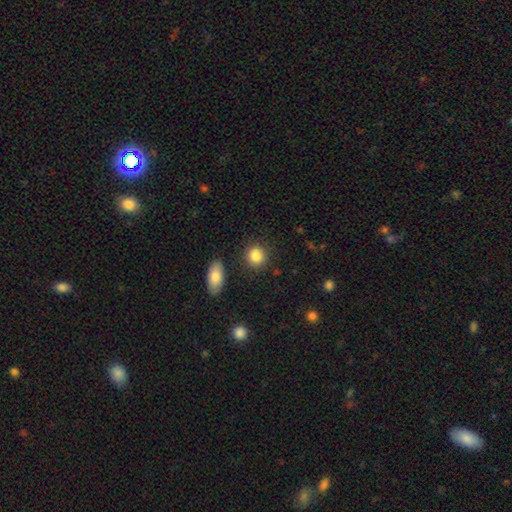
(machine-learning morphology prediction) smooth-or-featured: smooth: 86% | star or artifact: 8% | featured or disk: 6%
  how-rounded: round: 82% | in between: 17% | cigar-shaped: 1%
  merging: none: 87% | minor disturbance: 7% | merger: 3% | major disturbance: 2%